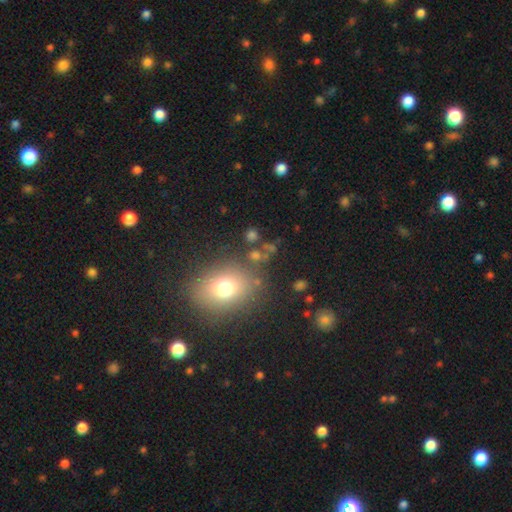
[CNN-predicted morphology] A smooth galaxy with no disk features (67%) that is round (63%). Merging: none (68%).